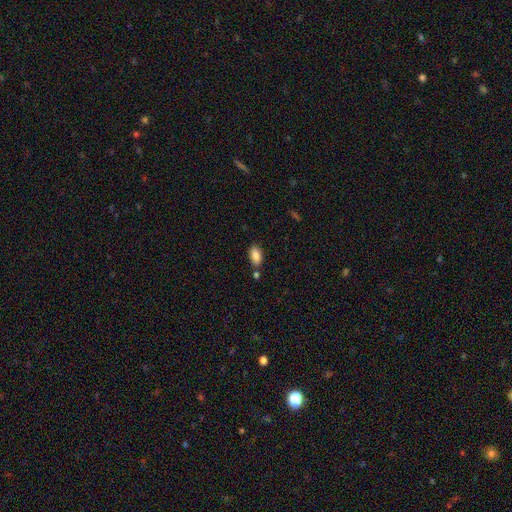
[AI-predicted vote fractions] This appears to be a smooth galaxy with no disk features (85%) that is in between round and cigar-shaped (93%). Merging: none (76%).